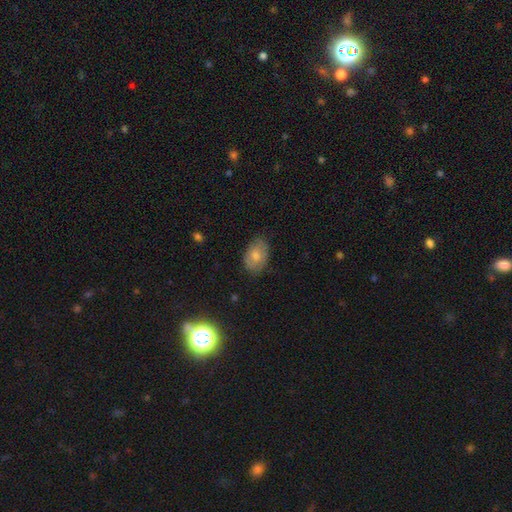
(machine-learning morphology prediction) The model was most divided on "merging": none: 72%, minor disturbance: 22%, major disturbance: 5%, merger: 1%. More confident: how rounded — in between (86%); smooth or featured — smooth (74%).